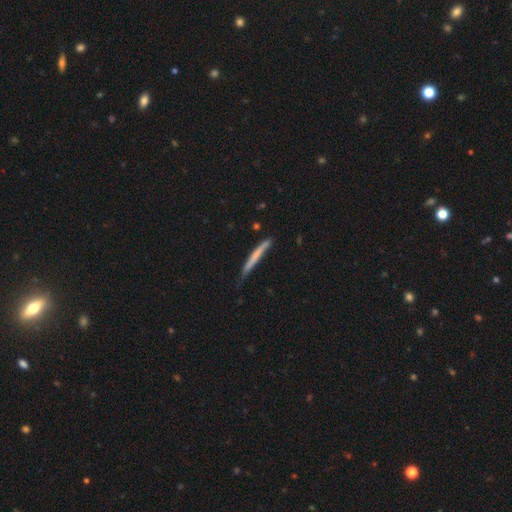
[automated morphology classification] Overall: smooth (64%; featured or disk 31%). How rounded: cigar-shaped (97%). Merging: none (72%).